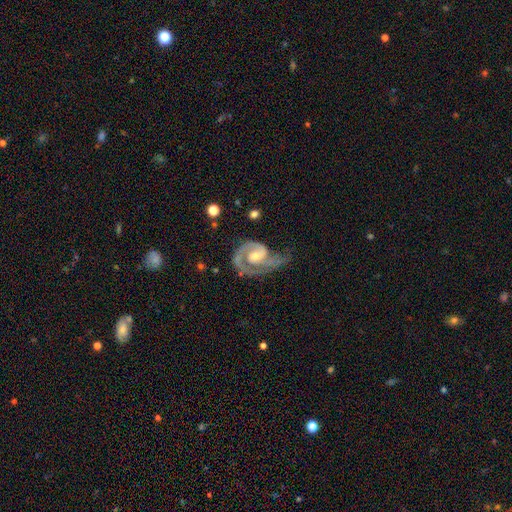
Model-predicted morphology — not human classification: A featured or disk galaxy (91%) with no bar (51%), 2 (67%) tight (45%) spiral arms (98%) and a moderate central bulge (56%).

Vote fractions:
- Smooth or featured? featured or disk: 91% / smooth: 5% / star or artifact: 4%
- Edge-on disk? no: 98% / yes: 2%
- Bar? no: 51% / weak: 38% / strong: 11%
- Spiral arms? yes: 98% / no: 2%
- Spiral winding? tight: 45% / medium: 44% / loose: 11%
- Spiral arm count? 2: 67% / 1: 23% / can't tell: 4% / 3: 4% / 4: 1% / more than 4: 1%
- Bulge size? moderate: 56% / small: 36% / large: 5% / none: 3% / dominant: 1%
- Merging? none: 48% / minor disturbance: 25% / major disturbance: 24% / merger: 3%